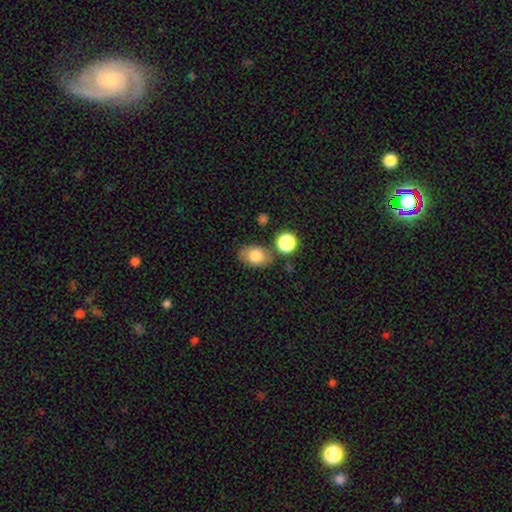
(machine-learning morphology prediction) The model was most divided on "how rounded": in between: 78%, round: 21%, cigar-shaped: 1%. More confident: smooth or featured — smooth (77%); merging — none (73%).